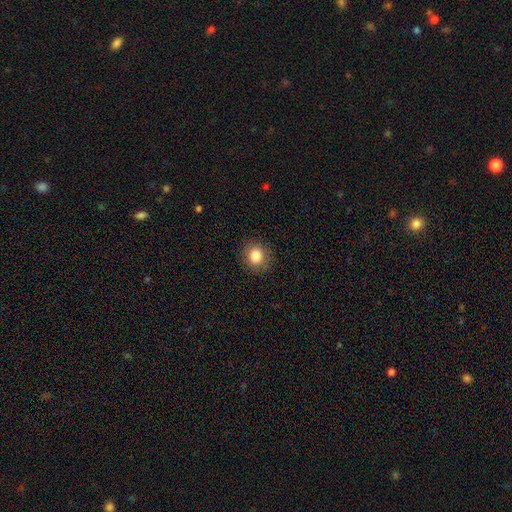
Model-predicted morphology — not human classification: smooth 83%, star or artifact 10%, featured or disk 7%. Down the decision tree: how rounded — round (80%); merging — none (89%).